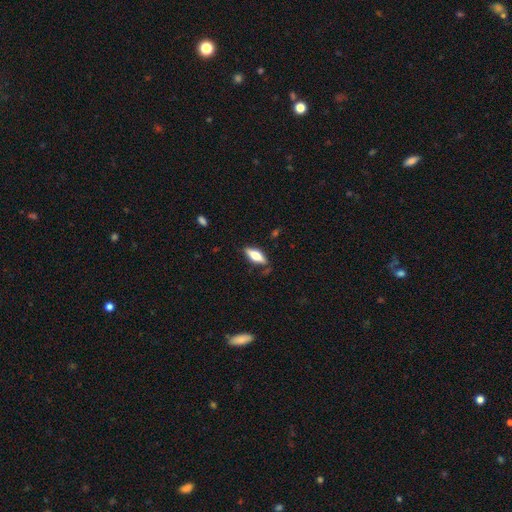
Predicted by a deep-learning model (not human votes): smooth-or-featured: smooth: 56% | featured or disk: 37% | star or artifact: 7%
  how-rounded: in between: 68% | cigar-shaped: 29% | round: 3%
  merging: none: 76% | minor disturbance: 17% | major disturbance: 4% | merger: 2%